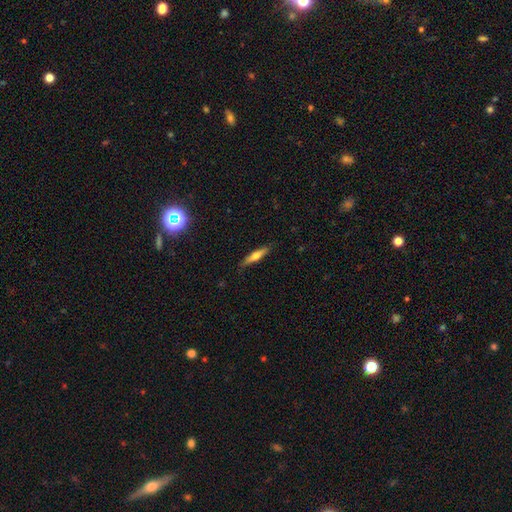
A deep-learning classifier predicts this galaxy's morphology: This is possibly a smooth galaxy (54%). How rounded: clearly cigar-shaped (82%). Merging: clearly none (83%).